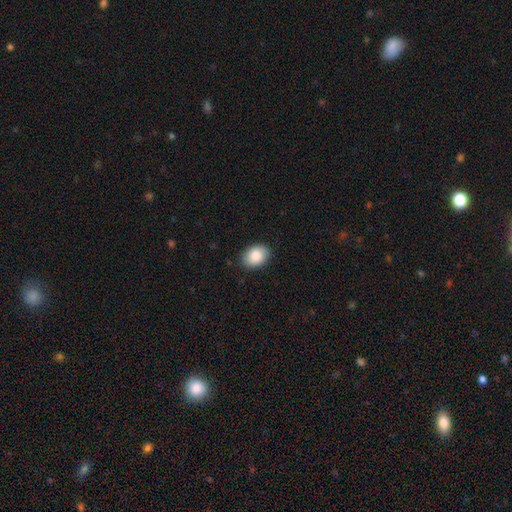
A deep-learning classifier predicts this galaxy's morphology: The model was most divided on "how rounded": in between: 76%, round: 23%, cigar-shaped: 1%. More confident: smooth or featured — smooth (86%); merging — none (85%).